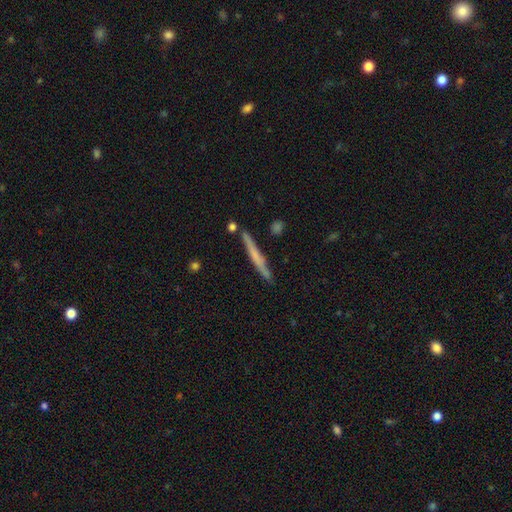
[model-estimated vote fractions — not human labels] Smooth or featured: featured or disk — 47% (tied with smooth — 47%)
Merging: none — 85% (minor disturbance — 10%)